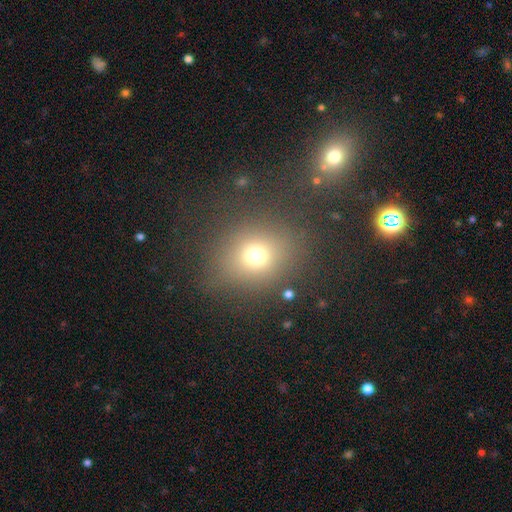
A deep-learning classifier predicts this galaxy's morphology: Smooth or featured: smooth — 70% (star or artifact — 19%)
How rounded: round — 71% (in between — 28%)
Merging: none — 80% (minor disturbance — 11%)